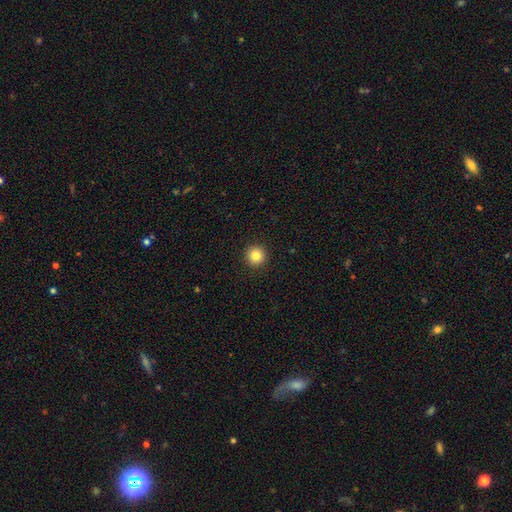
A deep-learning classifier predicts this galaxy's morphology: Overall: smooth (84%). How rounded: round (96%). Merging: none (93%).